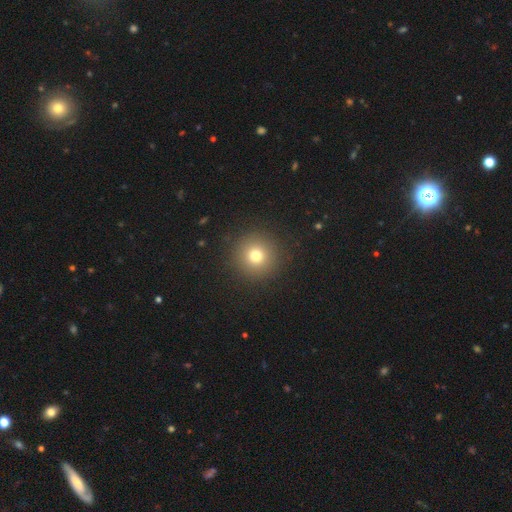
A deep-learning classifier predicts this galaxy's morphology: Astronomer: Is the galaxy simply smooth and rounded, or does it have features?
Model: smooth — 75%.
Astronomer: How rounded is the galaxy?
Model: round — 96%.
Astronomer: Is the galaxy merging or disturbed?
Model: none — 91%.